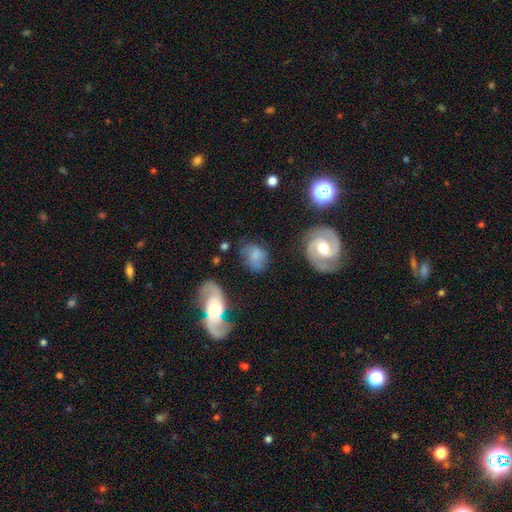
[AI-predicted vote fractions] This is likely a smooth galaxy (61%). How rounded: possibly in between (55%). Merging: possibly none (52%).